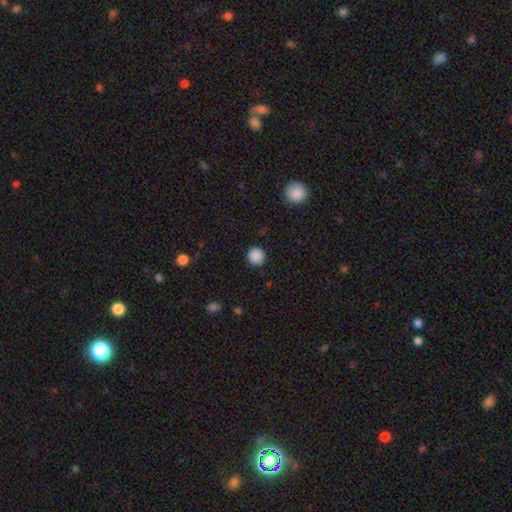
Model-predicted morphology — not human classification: Overall: smooth (88%). How rounded: round (94%). Merging: none (91%).